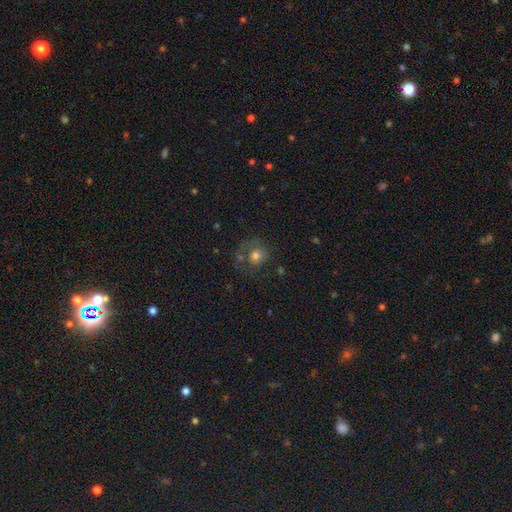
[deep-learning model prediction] This is likely a smooth galaxy (65%). How rounded: likely round (77%). Merging: possibly none (51%).